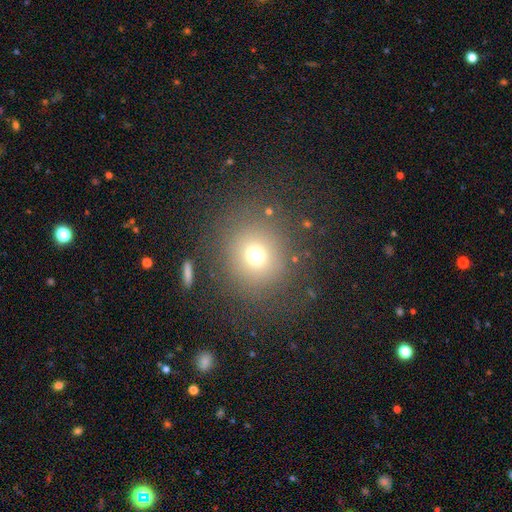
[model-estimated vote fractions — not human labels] A smooth galaxy with no disk features (71%) that is round (88%). Merging: none (82%).